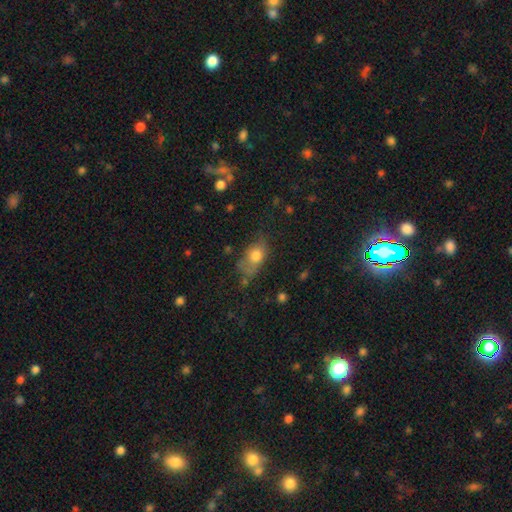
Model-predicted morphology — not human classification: Smooth or featured? Predicted: smooth (p=0.73). How rounded? Predicted: in between (p=0.75). Merging? Predicted: none (p=0.48).